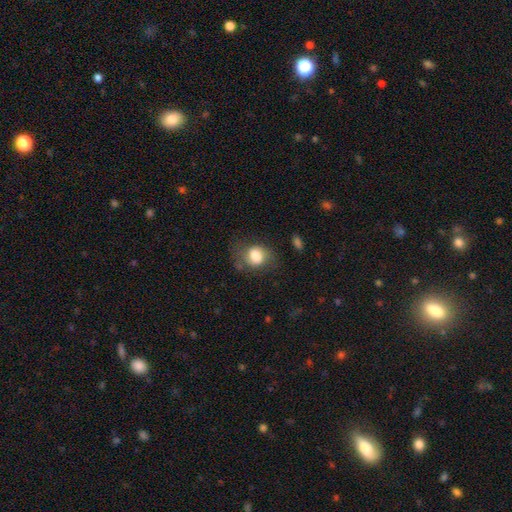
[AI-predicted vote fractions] Smooth or featured? smooth (70%)
How rounded? round (50%)
Merging? none (58%)